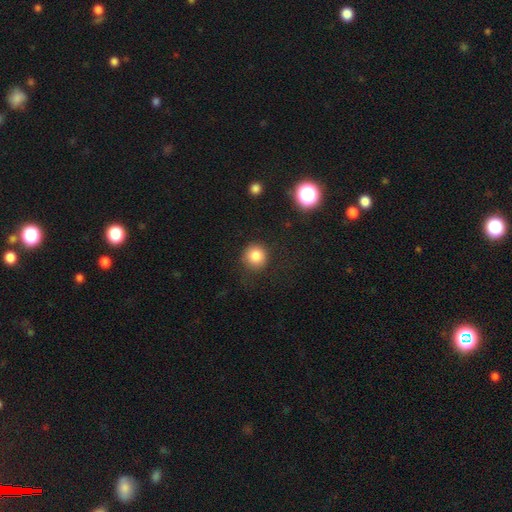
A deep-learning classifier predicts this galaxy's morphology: This is clearly a smooth galaxy (83%). How rounded: clearly round (91%). Merging: clearly none (83%).